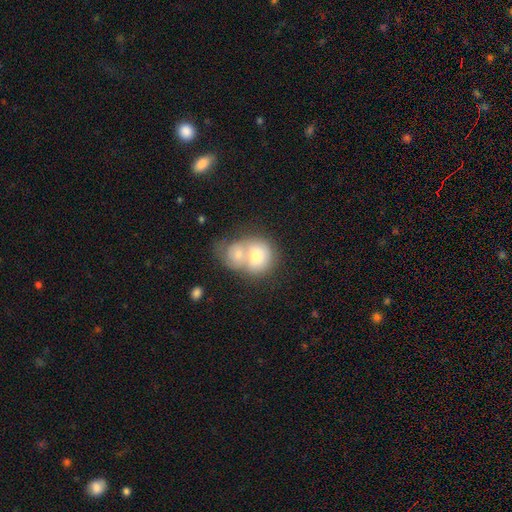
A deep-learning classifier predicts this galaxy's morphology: type=smooth (69%); roundness=round (70%); merging=merger (75%).